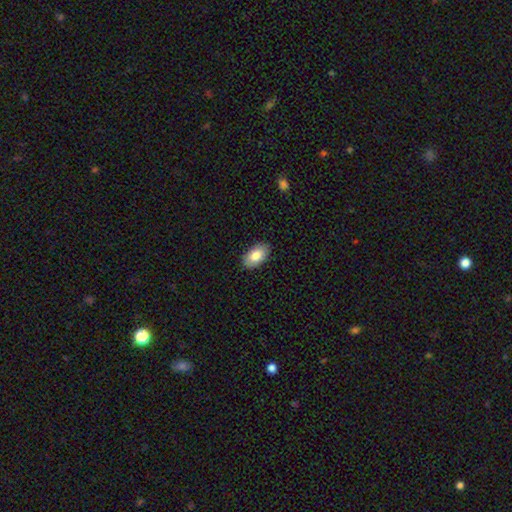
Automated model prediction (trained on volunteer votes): Overall: smooth (82%). How rounded: in between (94%). Merging: none (88%).